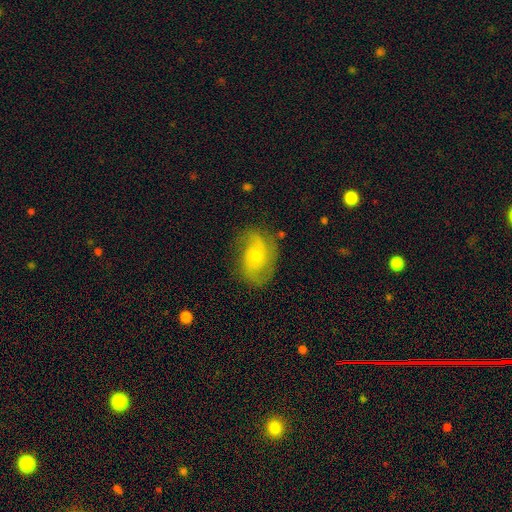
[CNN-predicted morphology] The model was most divided on "bulge size": small: 54%, moderate: 41%, none: 2%, large: 2%, dominant: 1%. Remaining: edge-on disk — no (97%); spiral arms — yes (88%); spiral arm count — 2 (74%); merging — none (68%); bar — no (67%); smooth or featured — featured or disk (66%); spiral winding — medium (46%).